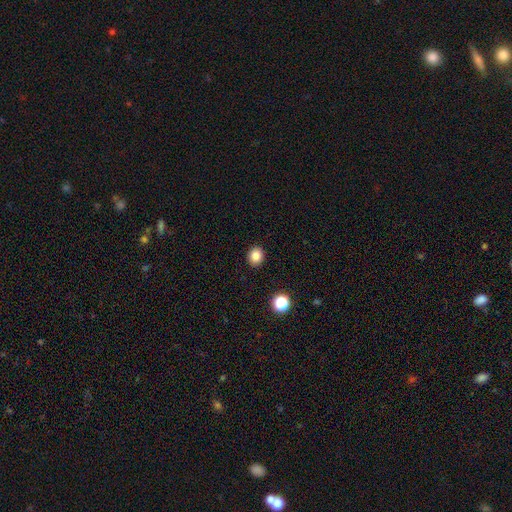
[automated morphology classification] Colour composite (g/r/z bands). It shows a smooth galaxy with no disk features (84%) that is round (65%). Merging: none (91%).